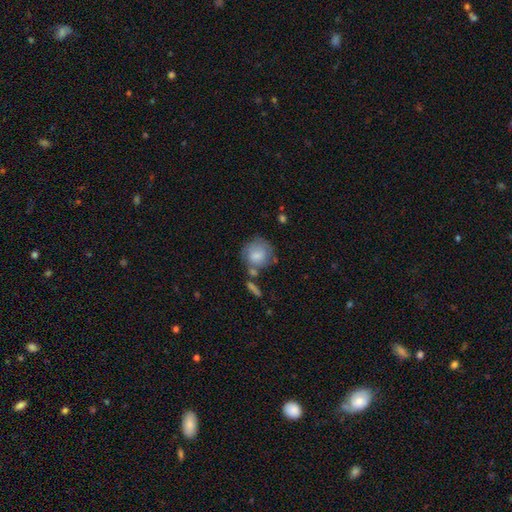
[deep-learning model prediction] Smooth or featured? Predicted: smooth (p=0.73). How rounded? Predicted: round (p=0.81). Merging? Predicted: none (p=0.52).